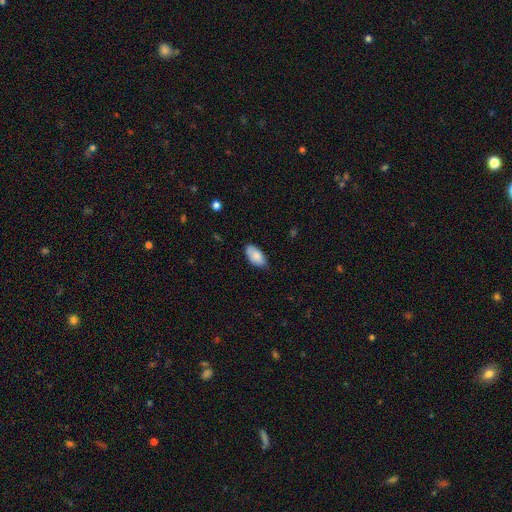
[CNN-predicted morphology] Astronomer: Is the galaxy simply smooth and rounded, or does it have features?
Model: smooth — 82%.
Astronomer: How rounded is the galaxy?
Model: in between — 95%.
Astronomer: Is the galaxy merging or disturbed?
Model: none — 74%.